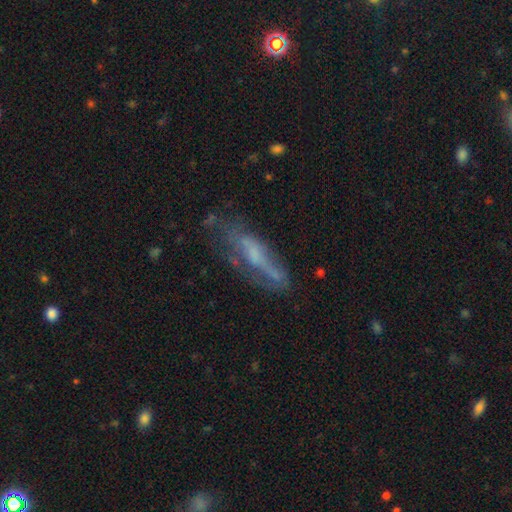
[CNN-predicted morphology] The model was most divided on "smooth or featured": featured or disk: 54%, smooth: 36%, star or artifact: 10%. Remaining: edge-on disk — no (63%); merging — none (47%).